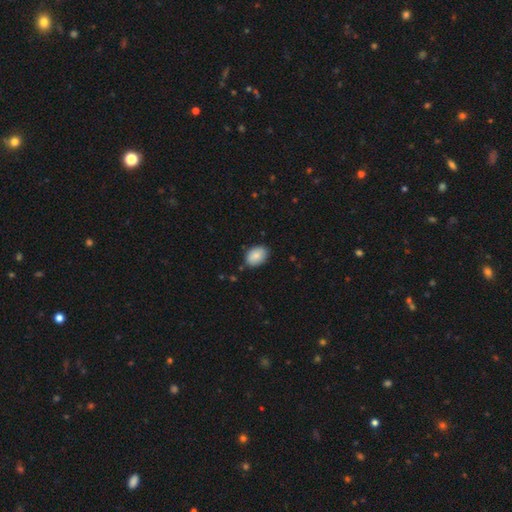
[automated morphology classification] smooth_or_featured: smooth (p=0.87) [alt: star or artifact p=0.07]
how_rounded: in between (p=0.84) [alt: round p=0.15]
merging: none (p=0.81) [alt: minor disturbance p=0.15]